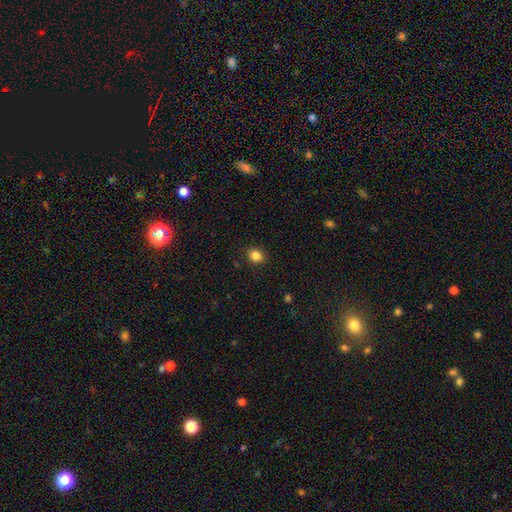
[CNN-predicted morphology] The model was most divided on "how rounded": round: 70%, in between: 29%, cigar-shaped: 1%. More confident: merging — none (89%); smooth or featured — smooth (85%).